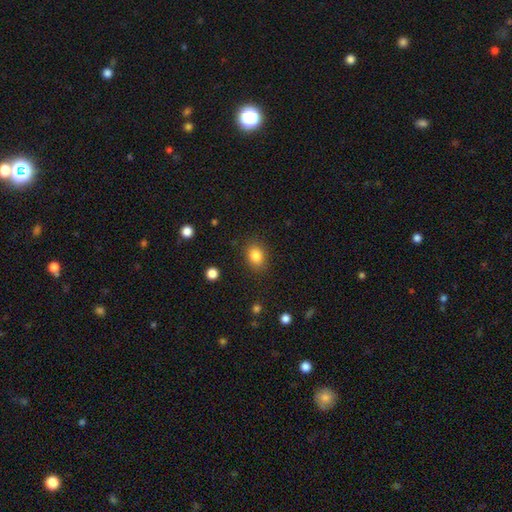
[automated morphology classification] Smooth or featured?
  - smooth: 84% *
  - star or artifact: 10%
  - featured or disk: 6%
How rounded?
  - in between: 57% *
  - round: 42%
  - cigar-shaped: 1%
Merging?
  - none: 85% *
  - minor disturbance: 10%
  - major disturbance: 3%
  - merger: 1%